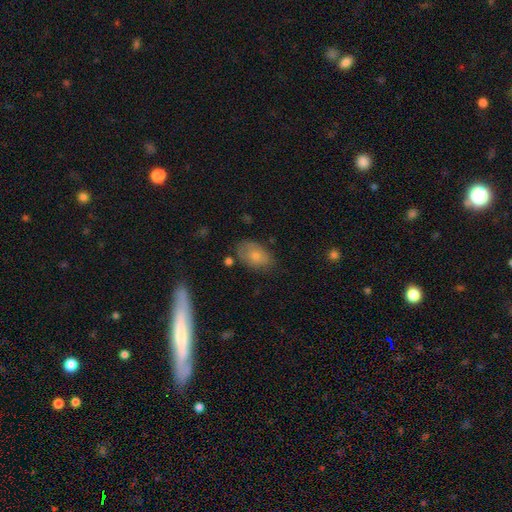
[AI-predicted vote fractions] smooth_or_featured: smooth (p=0.73) [alt: featured or disk p=0.19]
how_rounded: in between (p=0.89) [alt: round p=0.09]
merging: none (p=0.67) [alt: minor disturbance p=0.23]